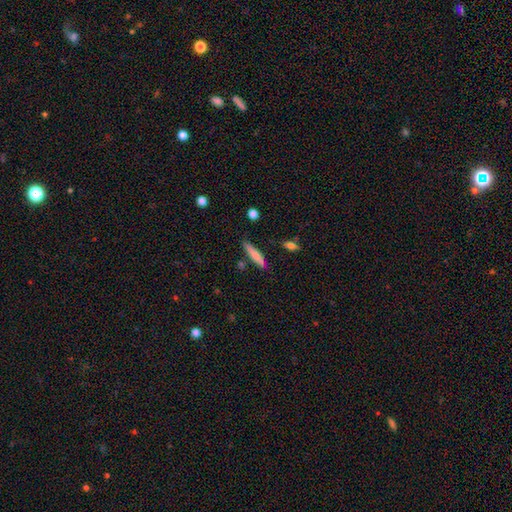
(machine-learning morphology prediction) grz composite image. It shows a smooth galaxy with no disk features (70%) that is cigar-shaped (87%). Merging: none (81%).